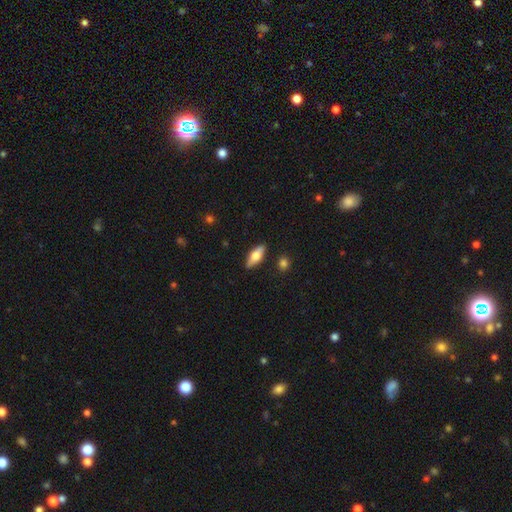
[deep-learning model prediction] Smooth or featured? Predicted: smooth (p=0.56). How rounded? Predicted: in between (p=0.66). Merging? Predicted: none (p=0.87).